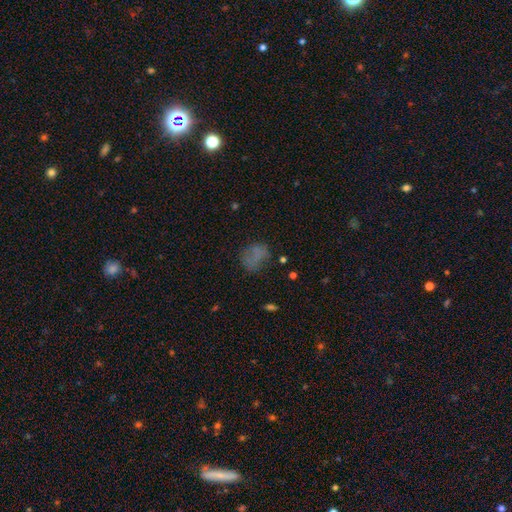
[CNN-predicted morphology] A smooth galaxy with no disk features (62%) that is in between round and cigar-shaped (56%). Merging: none (56%).